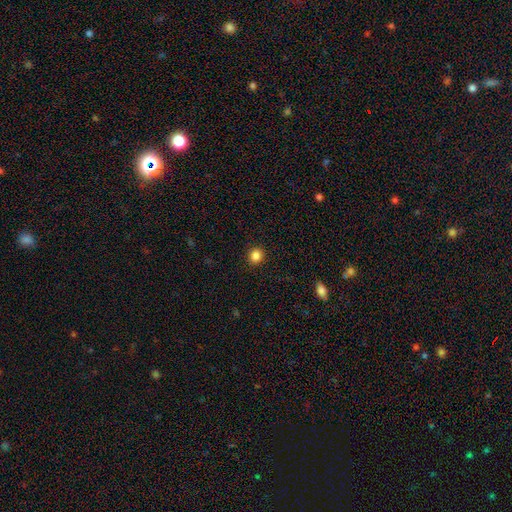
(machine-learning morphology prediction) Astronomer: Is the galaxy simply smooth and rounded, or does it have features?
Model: smooth — 85%.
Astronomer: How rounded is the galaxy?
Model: round — 89%.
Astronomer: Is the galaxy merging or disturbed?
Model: none — 92%.